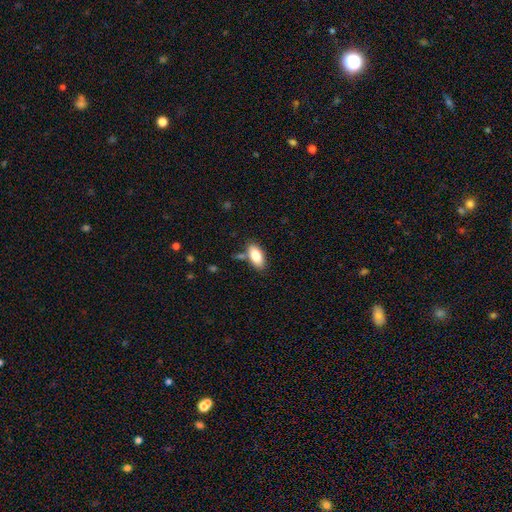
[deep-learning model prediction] Smooth or featured: smooth — 83% (featured or disk — 10%)
How rounded: in between — 91% (cigar-shaped — 6%)
Merging: none — 75% (minor disturbance — 14%)